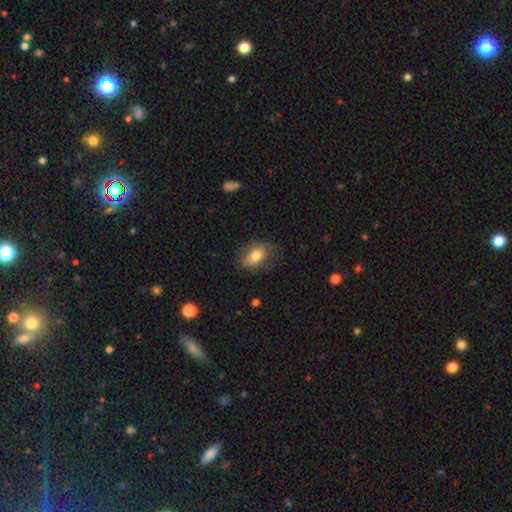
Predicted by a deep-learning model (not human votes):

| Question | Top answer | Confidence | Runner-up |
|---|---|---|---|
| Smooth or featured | smooth | 76% | featured or disk (17%) |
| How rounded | in between | 84% | round (13%) |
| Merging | none | 73% | minor disturbance (19%) |